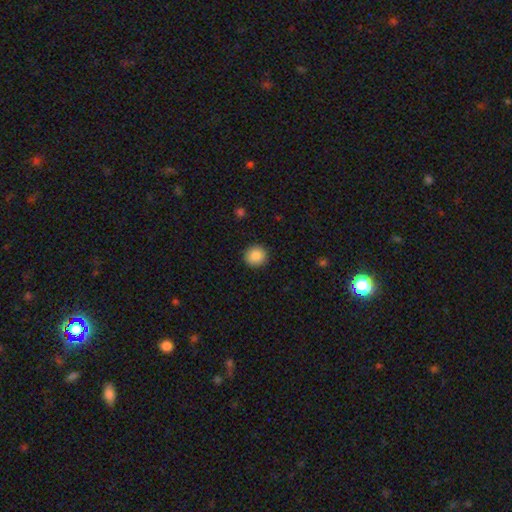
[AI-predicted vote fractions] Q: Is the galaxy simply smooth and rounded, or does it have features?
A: smooth — 88%.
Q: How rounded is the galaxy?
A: round — 90%.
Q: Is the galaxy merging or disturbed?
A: none — 92%.